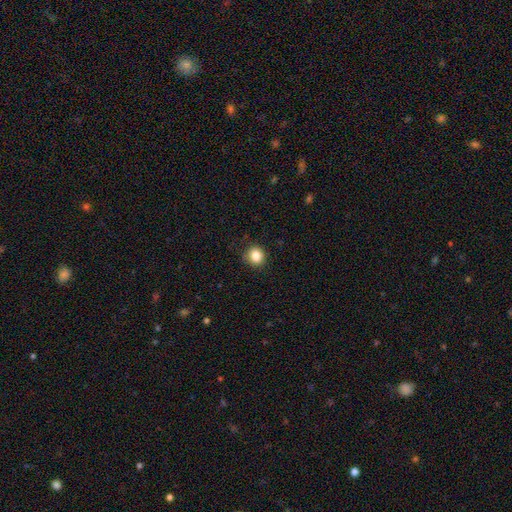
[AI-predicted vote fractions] Smooth or featured: smooth — 85% (star or artifact — 11%)
How rounded: round — 86% (in between — 13%)
Merging: none — 86% (minor disturbance — 10%)